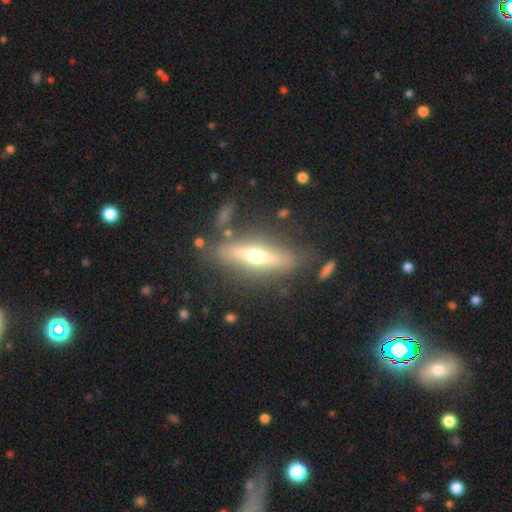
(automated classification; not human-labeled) Morphology: type=featured or disk (66%); edge-on=yes (89%); edge-on bulge=rounded (92%); merging=none (78%).